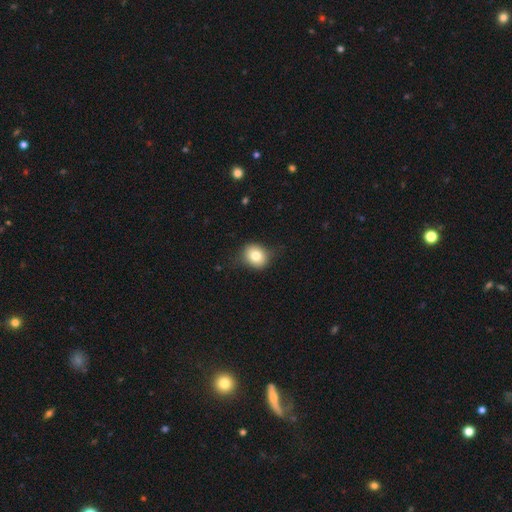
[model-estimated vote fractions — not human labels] smooth_or_featured: smooth (p=0.77) [alt: featured or disk p=0.13]
how_rounded: round (p=0.61) [alt: in between p=0.38]
merging: none (p=0.73) [alt: minor disturbance p=0.20]